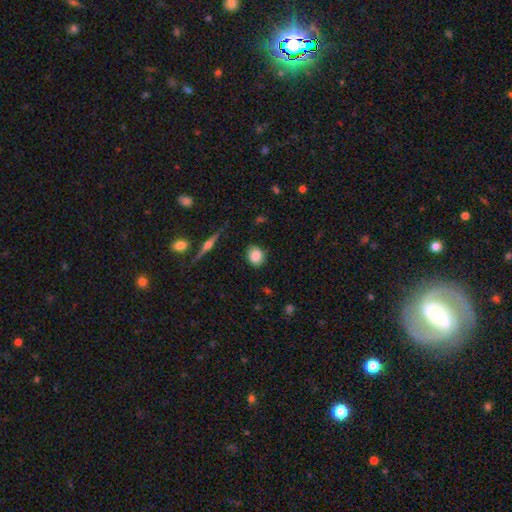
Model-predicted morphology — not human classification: A smooth galaxy with no disk features (83%) that is round (50%).

Vote fractions:
- Smooth or featured? smooth: 83% / featured or disk: 9% / star or artifact: 8%
- How rounded? round: 50% / in between: 48% / cigar-shaped: 2%
- Merging? none: 85% / minor disturbance: 11% / major disturbance: 3% / merger: 2%